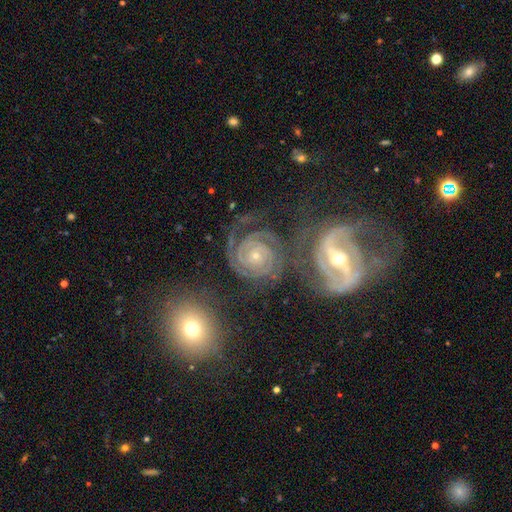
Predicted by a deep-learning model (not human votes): Morphology: type=featured or disk (89%); edge-on=no (97%); bar=no (61%); spiral arms=yes (98%); winding=tight (80%); arm count=2 (56%); bulge=small (73%); merging=none (52%).